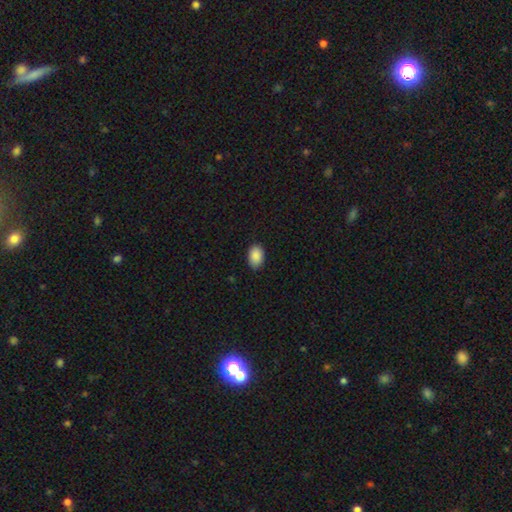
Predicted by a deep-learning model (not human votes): A smooth galaxy with no disk features (89%) that is in between round and cigar-shaped (85%). Merging: none (87%).